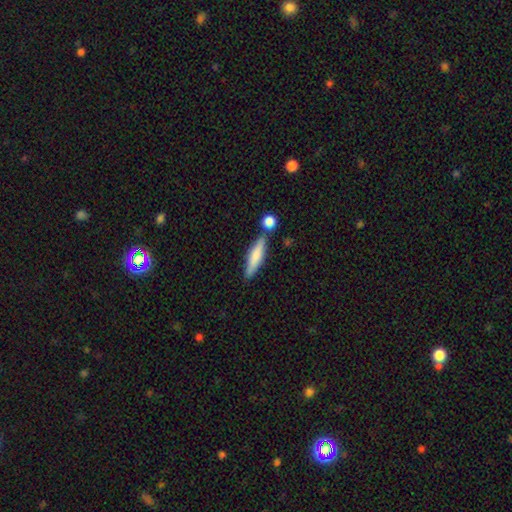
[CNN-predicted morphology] type=smooth (66%); roundness=cigar-shaped (77%); merging=none (71%).